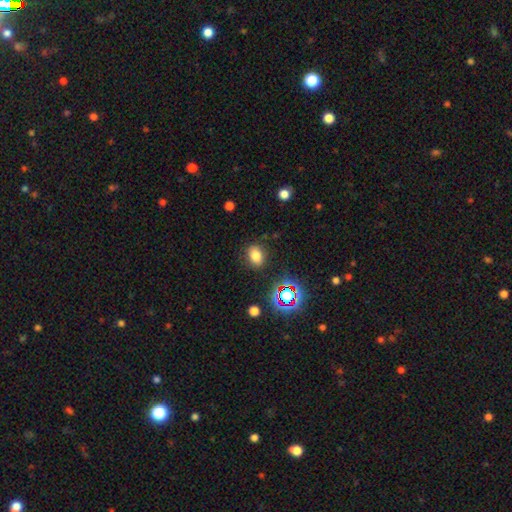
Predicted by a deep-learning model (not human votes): A smooth galaxy with no disk features (76%) that is in between round and cigar-shaped (62%).

Vote fractions:
- Smooth or featured? smooth: 76% / star or artifact: 16% / featured or disk: 7%
- How rounded? in between: 62% / round: 37% / cigar-shaped: 1%
- Merging? none: 84% / minor disturbance: 11% / major disturbance: 3% / merger: 2%